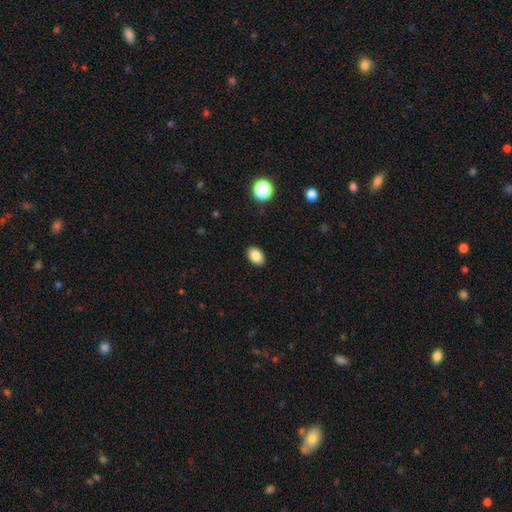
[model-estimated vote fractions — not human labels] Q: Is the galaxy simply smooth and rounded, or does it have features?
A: smooth — 85%.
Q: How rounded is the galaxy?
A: in between — 84%.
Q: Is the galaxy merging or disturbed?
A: none — 89%.